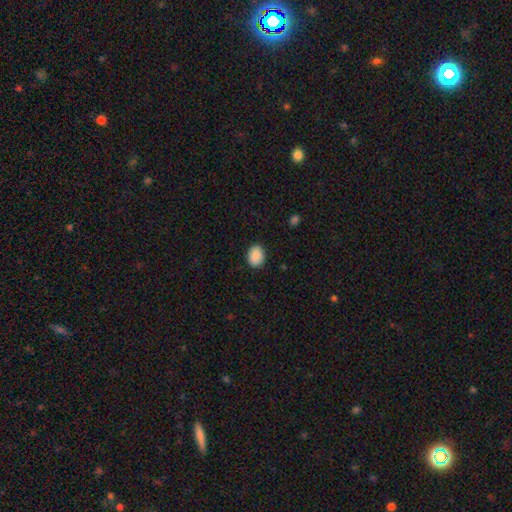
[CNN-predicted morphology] Overall: smooth (90%). How rounded: in between (64%; round 35%). Merging: none (88%).